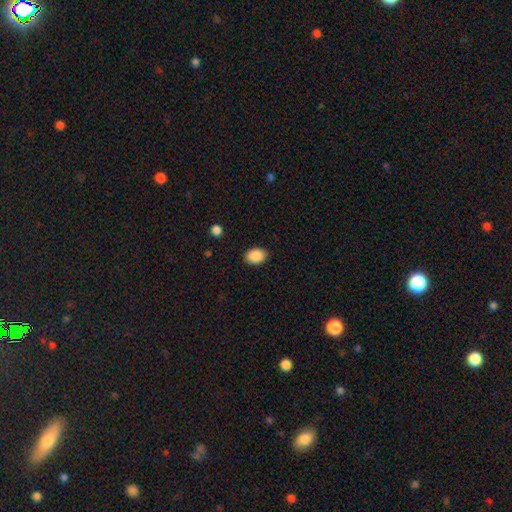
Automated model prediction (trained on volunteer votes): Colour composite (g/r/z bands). It shows a smooth galaxy with no disk features (89%) that is in between round and cigar-shaped (77%). Merging: none (89%).